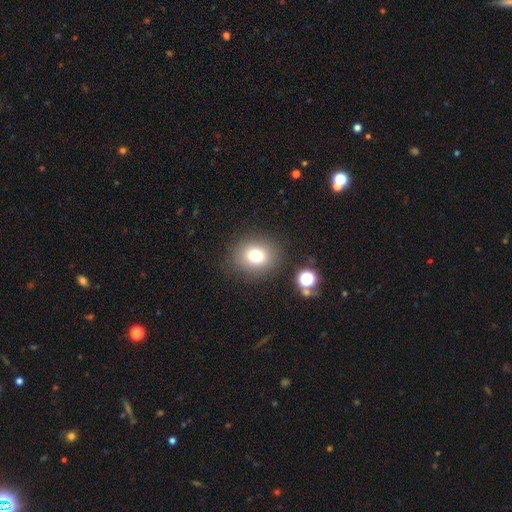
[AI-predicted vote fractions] The model was most divided on "how rounded": round: 71%, in between: 28%, cigar-shaped: 1%. More confident: merging — none (84%); smooth or featured — smooth (77%).